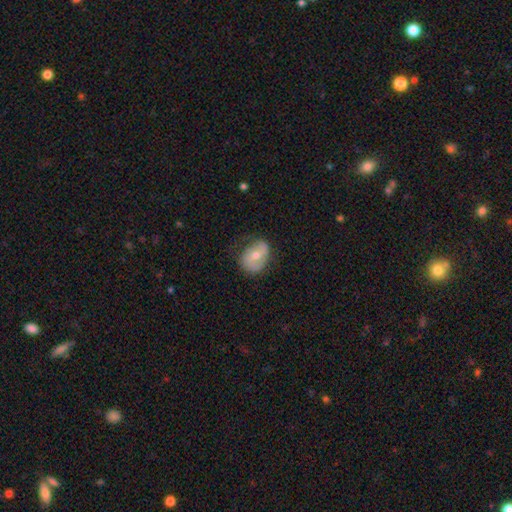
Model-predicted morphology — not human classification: Overall: featured or disk (51%; smooth 42%). Edge-on disk: no (95%). Merging: none (60%; minor disturbance 28%).